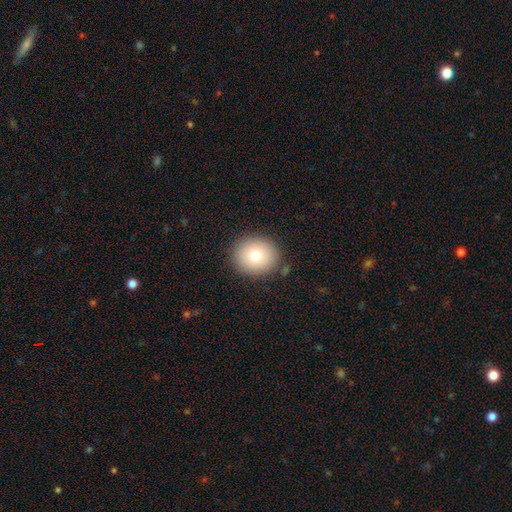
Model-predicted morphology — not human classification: Q: Smooth or featured?
A: smooth (76%); runner-up: featured or disk (14%)
Q: How rounded?
A: round (83%); runner-up: in between (17%)
Q: Merging?
A: none (86%); runner-up: minor disturbance (9%)